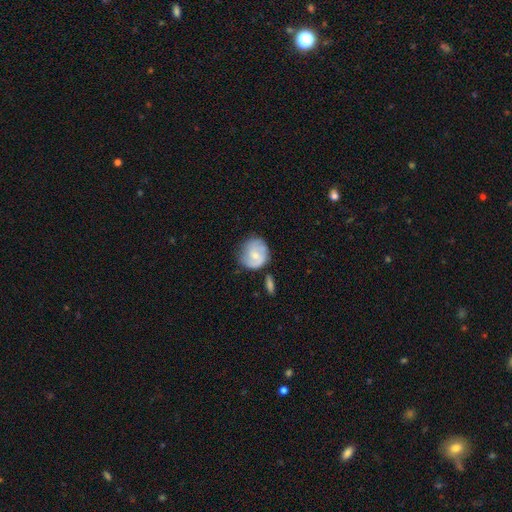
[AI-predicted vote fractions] smooth_or_featured: smooth (p=0.47) [alt: featured or disk p=0.46]
merging: none (p=0.60) [alt: minor disturbance p=0.25]